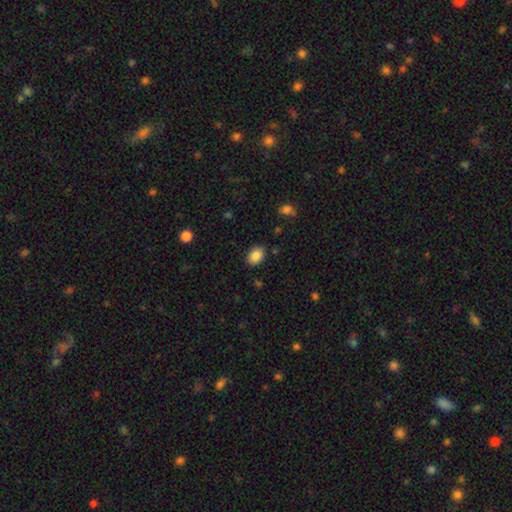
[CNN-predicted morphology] Smooth or featured: smooth — 87% (star or artifact — 9%)
How rounded: in between — 73% (round — 26%)
Merging: none — 87% (minor disturbance — 9%)